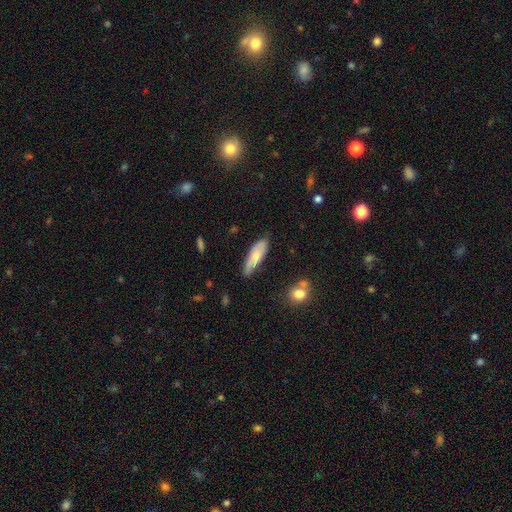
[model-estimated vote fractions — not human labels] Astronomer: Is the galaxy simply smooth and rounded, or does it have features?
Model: smooth — 69%.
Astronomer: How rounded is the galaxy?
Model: cigar-shaped — 50% (runner-up: in between, 48%).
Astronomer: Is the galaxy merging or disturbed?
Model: none — 68%.